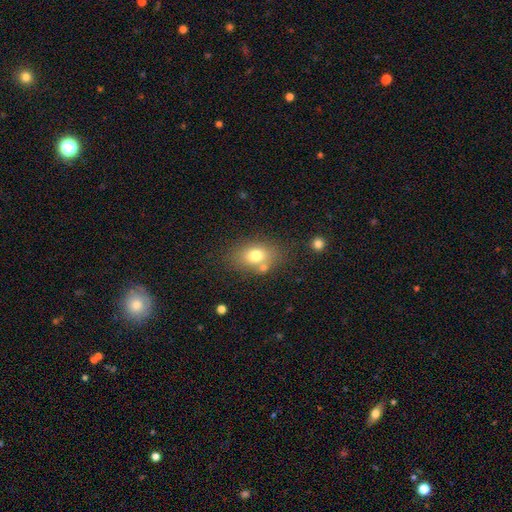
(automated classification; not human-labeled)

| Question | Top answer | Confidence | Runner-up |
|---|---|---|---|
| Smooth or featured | smooth | 74% | featured or disk (15%) |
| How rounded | in between | 75% | round (23%) |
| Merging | none | 68% | minor disturbance (15%) |